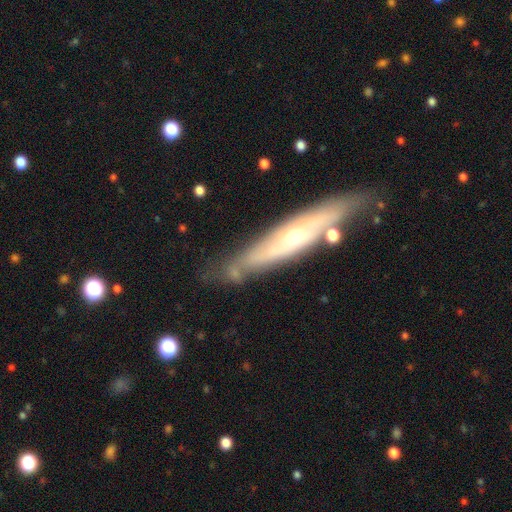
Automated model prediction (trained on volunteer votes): The model was most divided on "edge-on disk": yes: 60%, no: 40%. More confident: merging — none (74%); smooth or featured — featured or disk (66%).